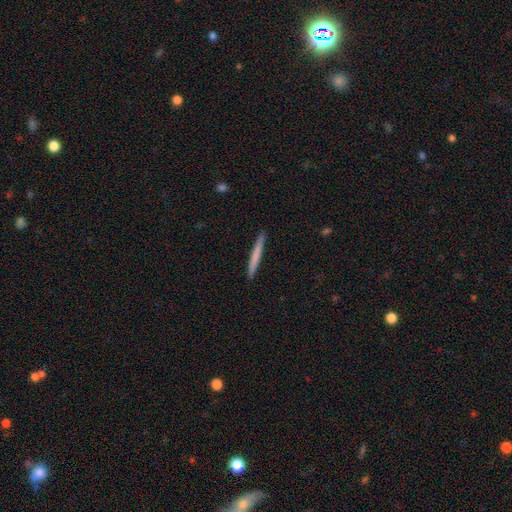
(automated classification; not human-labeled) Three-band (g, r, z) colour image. It shows a smooth galaxy with no disk features (68%) that is cigar-shaped (97%). Merging: none (93%).